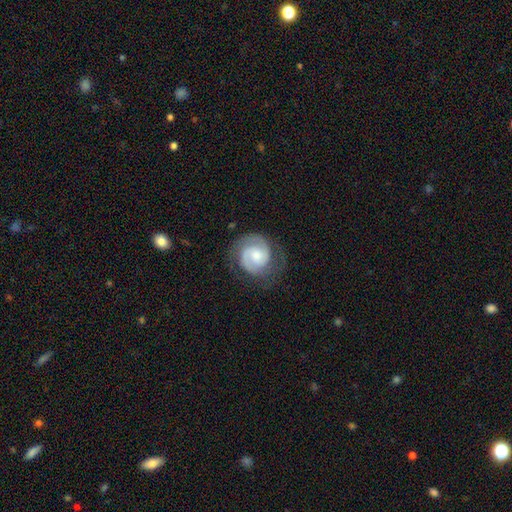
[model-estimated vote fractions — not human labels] featured or disk 79%, smooth 16%, star or artifact 6%. Down the decision tree: edge-on disk — no (98%); bar — no (59%); spiral arms — yes (96%); spiral arm count — 2 (80%); spiral winding — tight (51%); bulge size — moderate (47%); merging — none (69%).